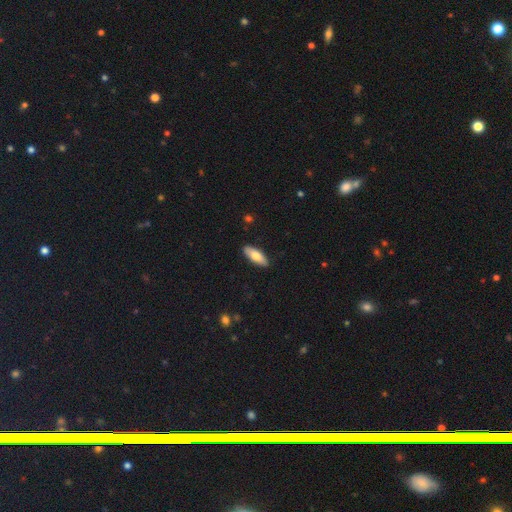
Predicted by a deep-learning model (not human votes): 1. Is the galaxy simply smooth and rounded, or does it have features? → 73% smooth, 22% featured or disk, 5% star or artifact.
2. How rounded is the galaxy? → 68% in between, 30% cigar-shaped, 2% round.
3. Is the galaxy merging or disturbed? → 89% none, 8% minor disturbance, 2% major disturbance, 1% merger.